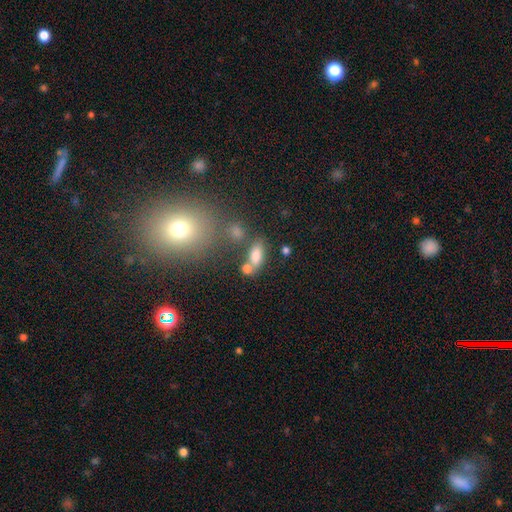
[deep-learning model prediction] smooth_or_featured: smooth (p=0.77) [alt: featured or disk p=0.12]
how_rounded: in between (p=0.82) [alt: cigar-shaped p=0.10]
merging: none (p=0.56) [alt: merger p=0.25]